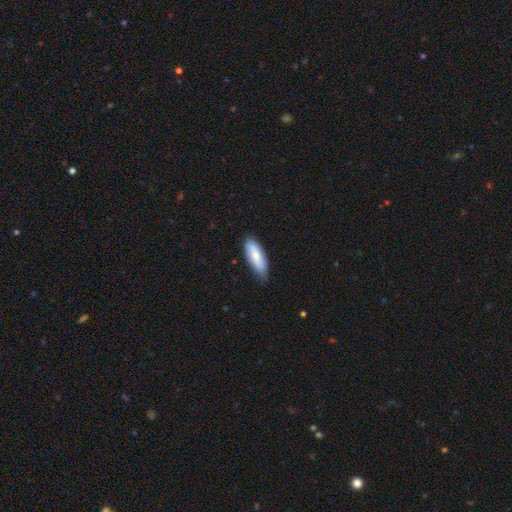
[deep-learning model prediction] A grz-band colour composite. It shows a smooth galaxy with no disk features (78%) that is in between round and cigar-shaped (67%). Merging: none (71%).